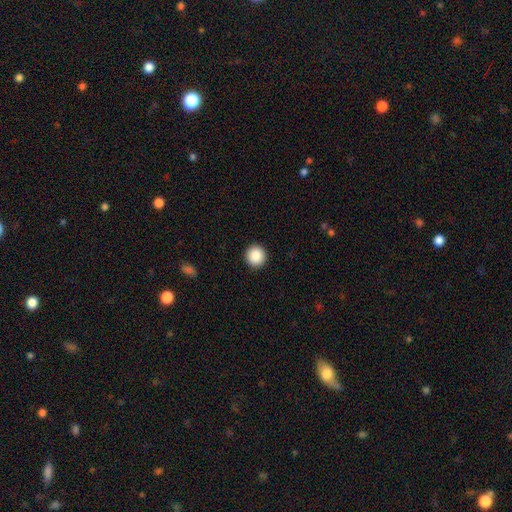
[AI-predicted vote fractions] A smooth galaxy with no disk features (89%) that is round (95%). Merging: none (93%).